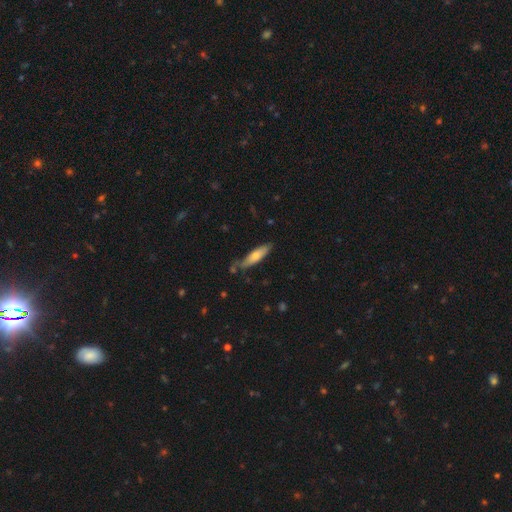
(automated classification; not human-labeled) This appears to be a smooth galaxy with no disk features (69%) that is cigar-shaped (72%). Merging: none (68%).